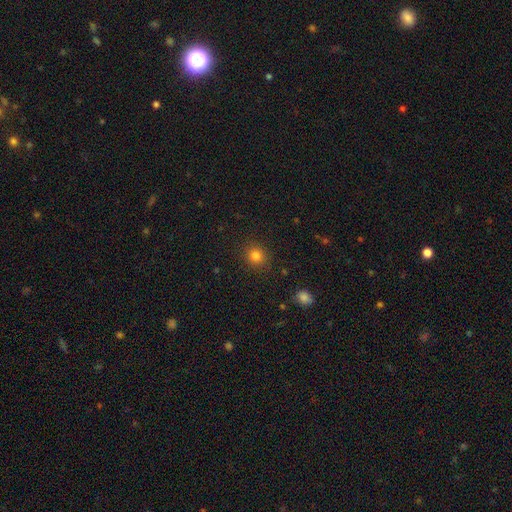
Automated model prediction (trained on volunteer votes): The model was most divided on "smooth or featured": smooth: 82%, star or artifact: 13%, featured or disk: 5%. More confident: merging — none (89%); how rounded — round (87%).